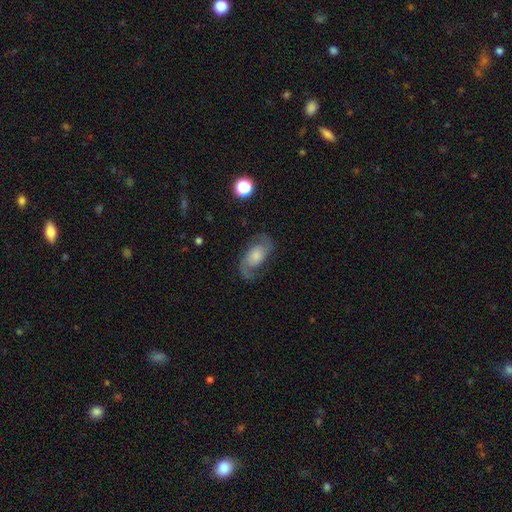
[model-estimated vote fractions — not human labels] Morphology: type=featured or disk (77%); edge-on=no (96%); bar=no (61%); spiral arms=yes (95%); winding=medium (46%); arm count=2 (89%); bulge=moderate (31%); merging=none (71%).